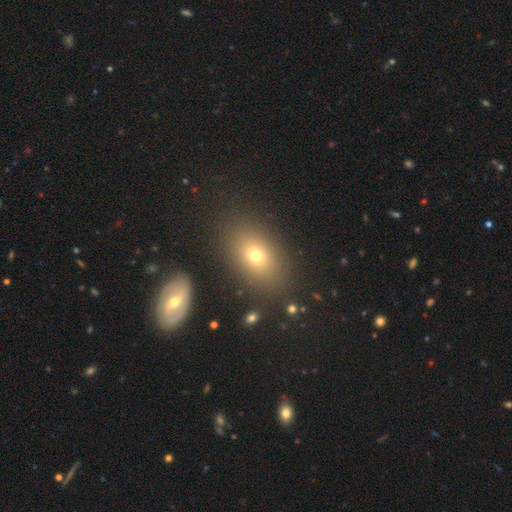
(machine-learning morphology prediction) A smooth galaxy with no disk features (70%) that is in between round and cigar-shaped (79%). Merging: none (82%).